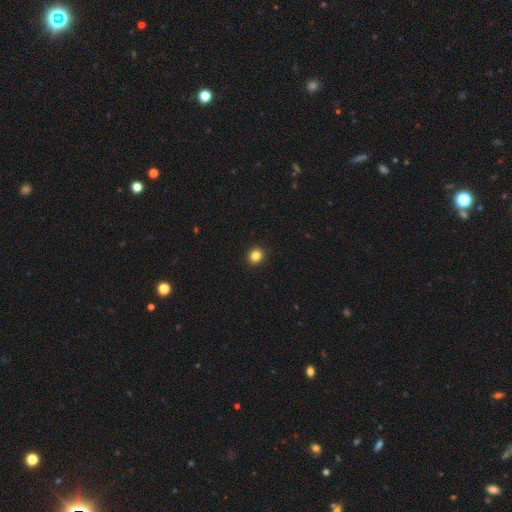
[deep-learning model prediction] smooth 84%, star or artifact 12%, featured or disk 4%. Down the decision tree: how rounded — round (84%); merging — none (93%).